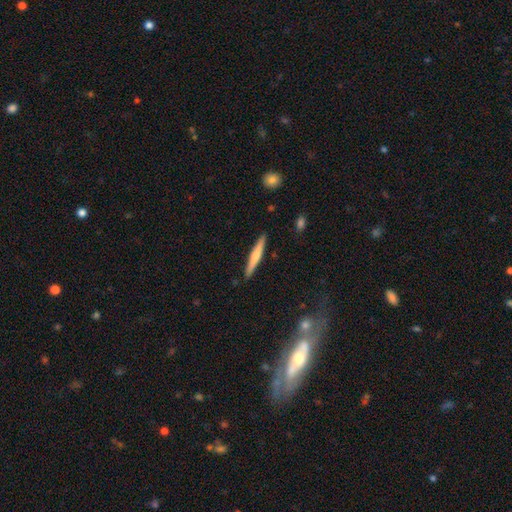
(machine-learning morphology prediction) The model was most divided on "smooth or featured": smooth: 54%, featured or disk: 40%, star or artifact: 5%. More confident: how rounded — cigar-shaped (94%); merging — none (90%).